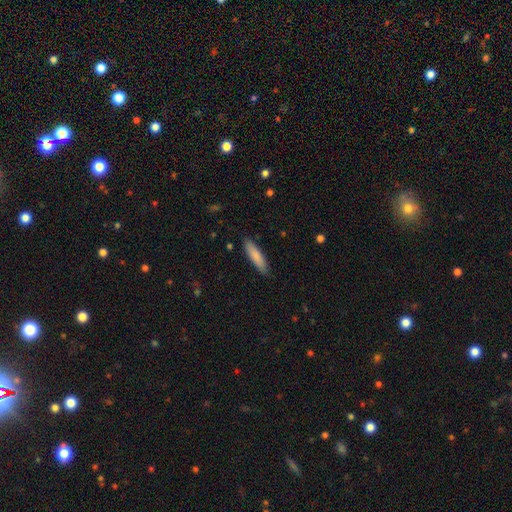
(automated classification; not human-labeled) Smooth or featured? smooth (83%)
How rounded? cigar-shaped (77%)
Merging? none (87%)